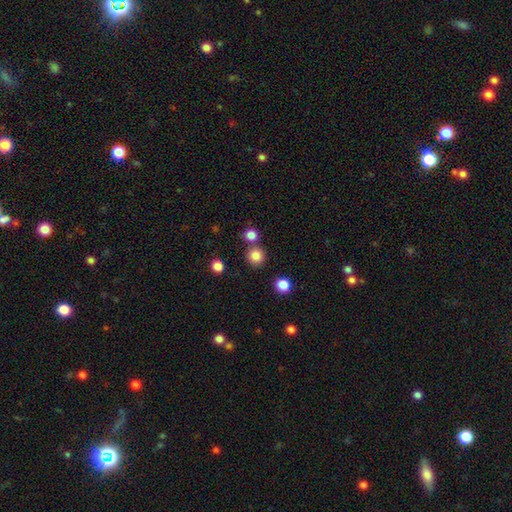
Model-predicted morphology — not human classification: smooth_or_featured: smooth (p=0.82) [alt: star or artifact p=0.13]
how_rounded: round (p=0.93) [alt: in between p=0.06]
merging: none (p=0.79) [alt: merger p=0.12]